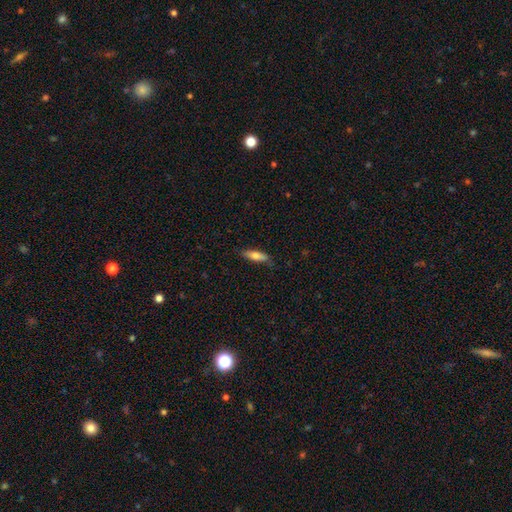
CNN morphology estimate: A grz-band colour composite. It shows a smooth galaxy with no disk features (73%) that is cigar-shaped (54%). Merging: none (80%).